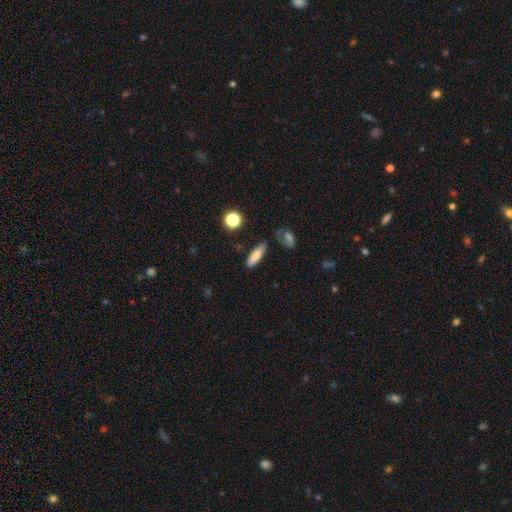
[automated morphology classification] Q: Smooth or featured?
A: smooth (77%); runner-up: featured or disk (15%)
Q: How rounded?
A: cigar-shaped (49%); runner-up: in between (48%)
Q: Merging?
A: none (73%); runner-up: minor disturbance (17%)